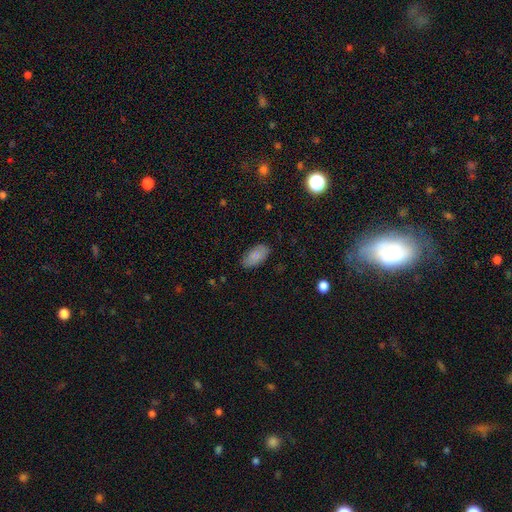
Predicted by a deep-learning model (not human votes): Smooth or featured?
  - smooth: 78% *
  - featured or disk: 15%
  - star or artifact: 7%
How rounded?
  - in between: 94% *
  - round: 3%
  - cigar-shaped: 3%
Merging?
  - none: 84% *
  - minor disturbance: 12%
  - major disturbance: 3%
  - merger: 1%